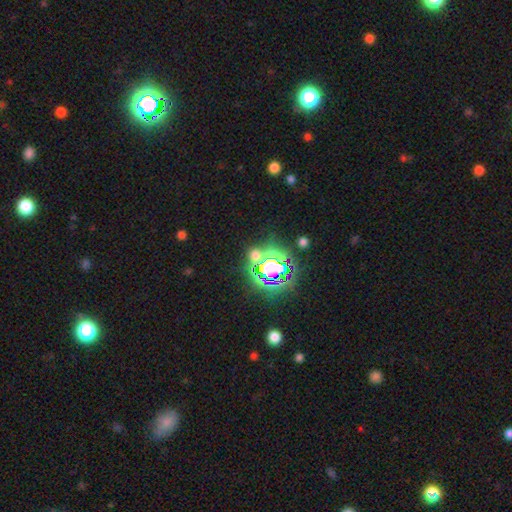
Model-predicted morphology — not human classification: Smooth or featured? Predicted: star or artifact (p=0.66).